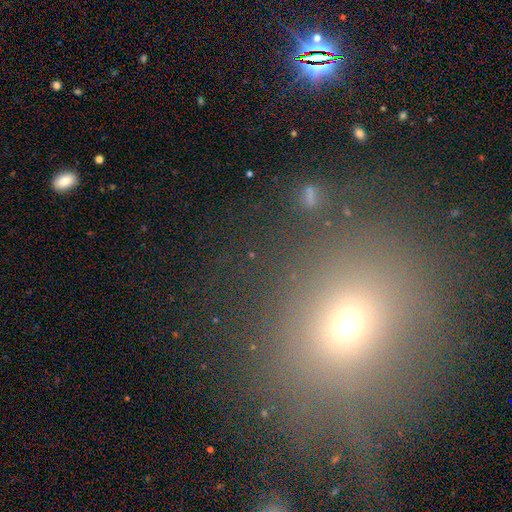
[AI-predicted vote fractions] Q: Smooth or featured?
A: smooth (54%); runner-up: star or artifact (34%)
Q: How rounded?
A: round (79%); runner-up: in between (20%)
Q: Merging?
A: none (72%); runner-up: minor disturbance (12%)